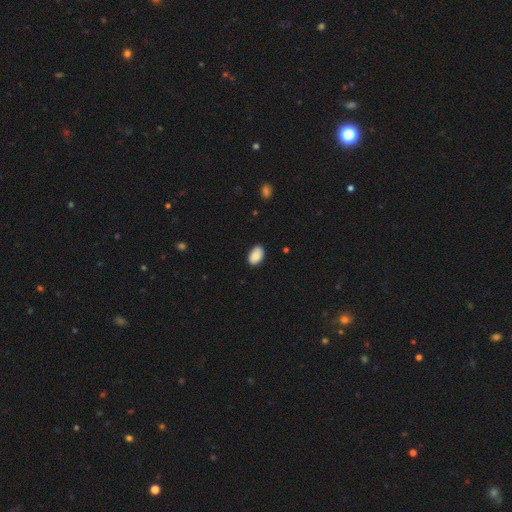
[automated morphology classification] A smooth galaxy with no disk features (88%) that is in between round and cigar-shaped (92%).

Vote fractions:
- Smooth or featured? smooth: 88% / star or artifact: 7% / featured or disk: 5%
- How rounded? in between: 92% / round: 7% / cigar-shaped: 1%
- Merging? none: 85% / minor disturbance: 12% / major disturbance: 2% / merger: 1%